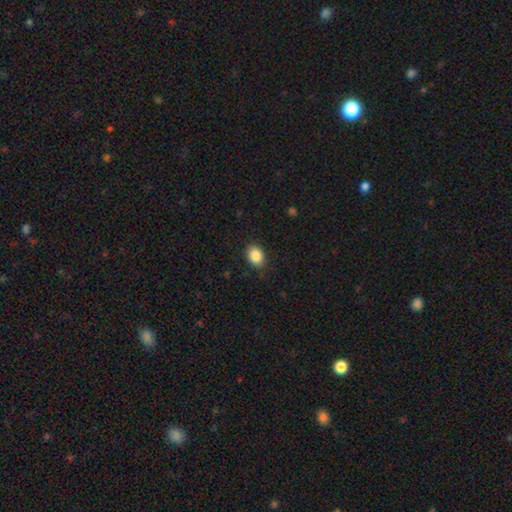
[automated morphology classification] smooth-or-featured: smooth: 87% | star or artifact: 8% | featured or disk: 5%
  how-rounded: in between: 71% | round: 28% | cigar-shaped: 1%
  merging: none: 88% | minor disturbance: 9% | major disturbance: 2% | merger: 1%